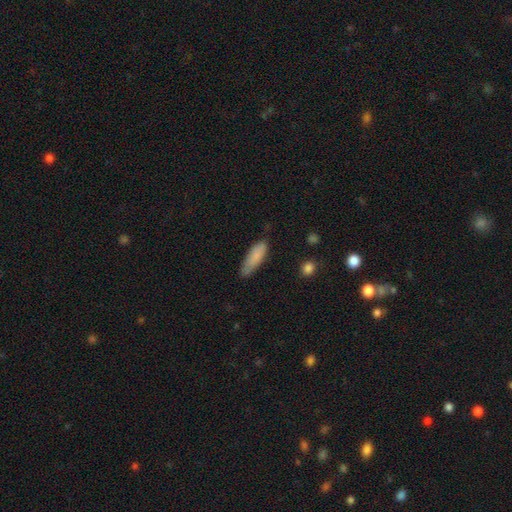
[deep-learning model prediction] Smooth or featured? Predicted: smooth (p=0.84). How rounded? Predicted: in between (p=0.52). Merging? Predicted: none (p=0.66).